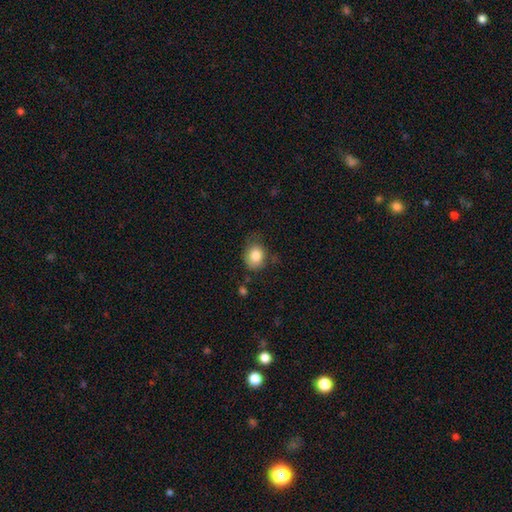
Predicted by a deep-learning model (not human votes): Q: Smooth or featured?
A: smooth (82%); runner-up: featured or disk (9%)
Q: How rounded?
A: round (58%); runner-up: in between (41%)
Q: Merging?
A: none (60%); runner-up: minor disturbance (29%)